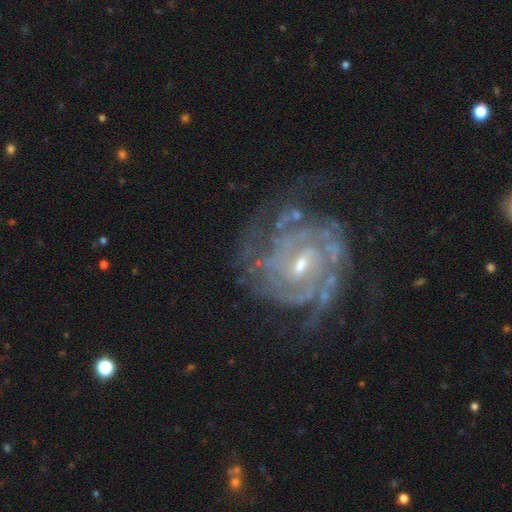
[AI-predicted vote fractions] This appears to be a featured or disk galaxy (89%) with a weak bar (46%), tight (72%) spiral arms (97%) and a small central bulge (65%). Merging: none (70%).